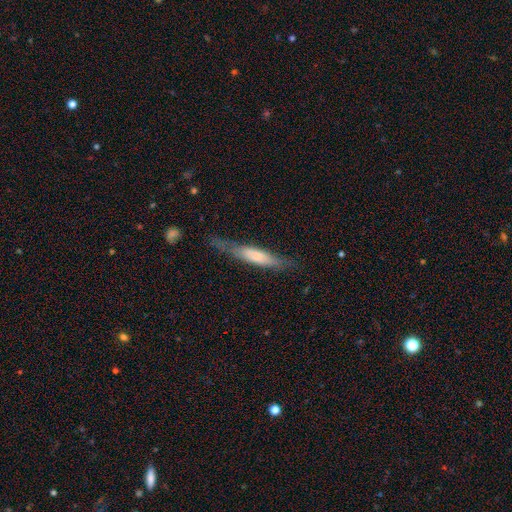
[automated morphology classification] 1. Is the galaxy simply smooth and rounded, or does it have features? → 51% smooth, 42% featured or disk, 7% star or artifact.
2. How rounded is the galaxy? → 87% cigar-shaped, 11% in between, 1% round.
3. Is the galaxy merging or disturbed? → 64% none, 25% minor disturbance, 9% major disturbance, 2% merger.